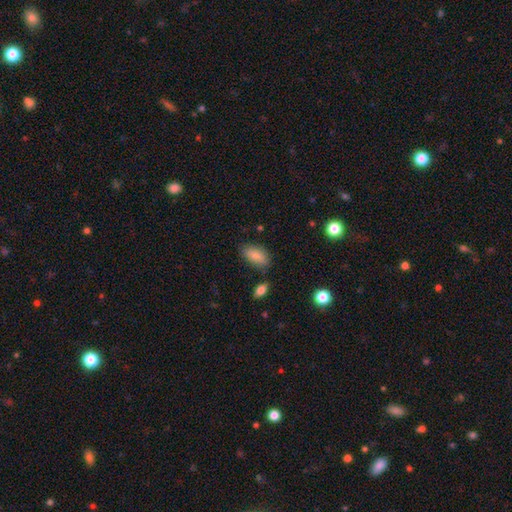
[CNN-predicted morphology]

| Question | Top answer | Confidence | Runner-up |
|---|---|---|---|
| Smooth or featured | smooth | 82% | featured or disk (10%) |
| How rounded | in between | 92% | round (4%) |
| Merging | none | 75% | minor disturbance (17%) |